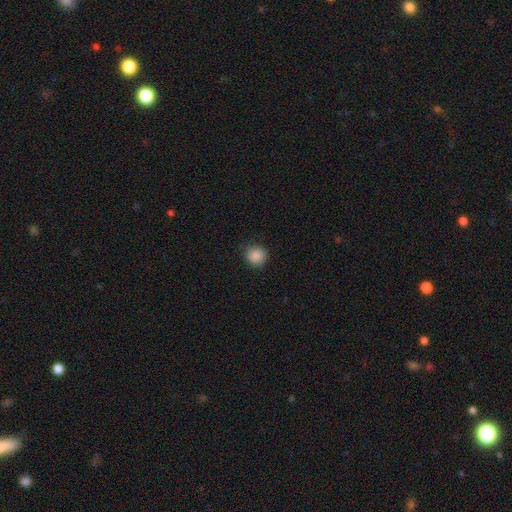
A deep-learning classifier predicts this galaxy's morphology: Q: Smooth or featured?
A: smooth (88%); runner-up: star or artifact (9%)
Q: How rounded?
A: round (90%); runner-up: in between (9%)
Q: Merging?
A: none (82%); runner-up: minor disturbance (14%)